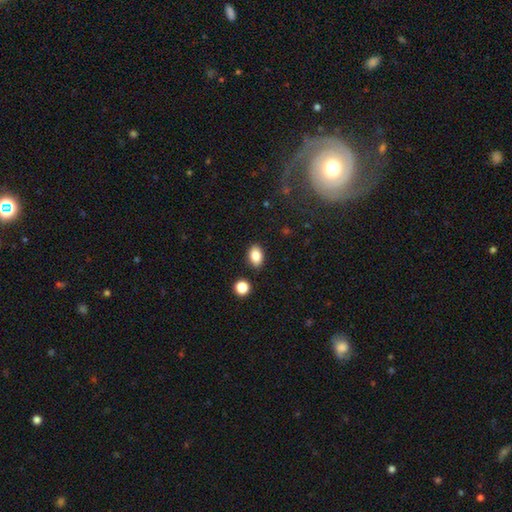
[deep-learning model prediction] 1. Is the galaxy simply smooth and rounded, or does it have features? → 86% smooth, 9% star or artifact, 5% featured or disk.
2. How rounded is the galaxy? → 84% in between, 14% round, 2% cigar-shaped.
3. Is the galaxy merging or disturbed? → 86% none, 9% minor disturbance, 3% merger, 2% major disturbance.